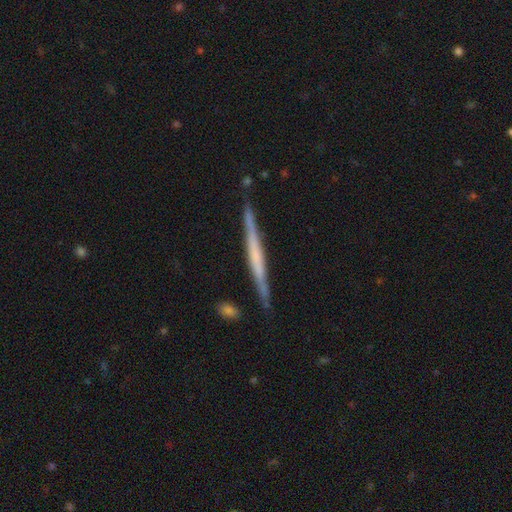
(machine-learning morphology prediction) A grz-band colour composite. It shows a featured or disk galaxy (65%) viewed edge-on (97%) with no central bulge (66%). Merging: none (87%).